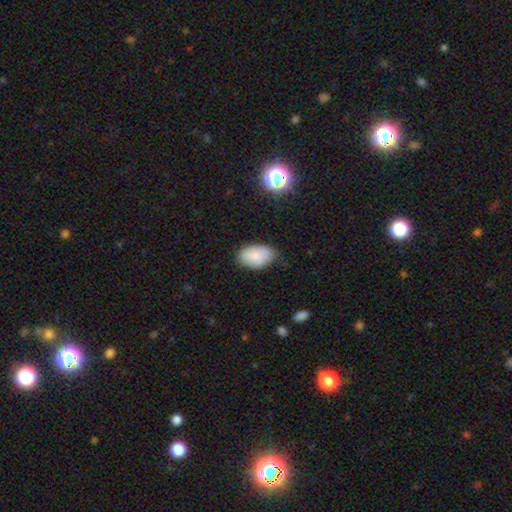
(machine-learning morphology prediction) This is clearly a smooth galaxy (83%). How rounded: clearly in between (92%). Merging: likely none (65%).